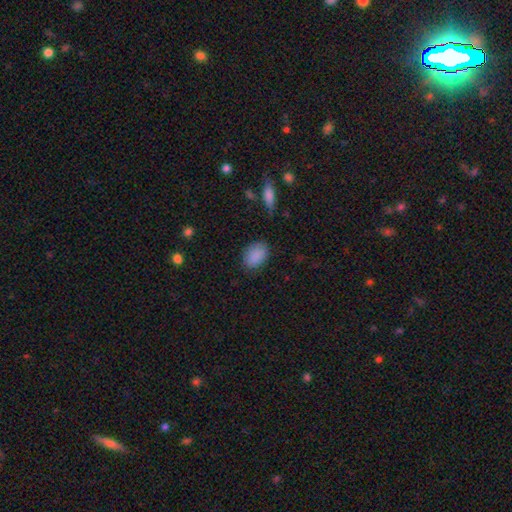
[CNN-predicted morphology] Smooth or featured?
  - smooth: 88% *
  - star or artifact: 8%
  - featured or disk: 4%
How rounded?
  - in between: 81% *
  - round: 17%
  - cigar-shaped: 1%
Merging?
  - none: 80% *
  - minor disturbance: 15%
  - major disturbance: 4%
  - merger: 1%